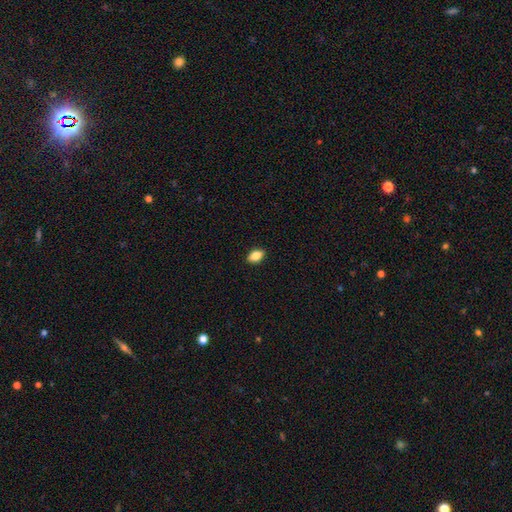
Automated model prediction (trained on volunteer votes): A smooth galaxy with no disk features (86%) that is in between round and cigar-shaped (87%). Merging: none (90%).